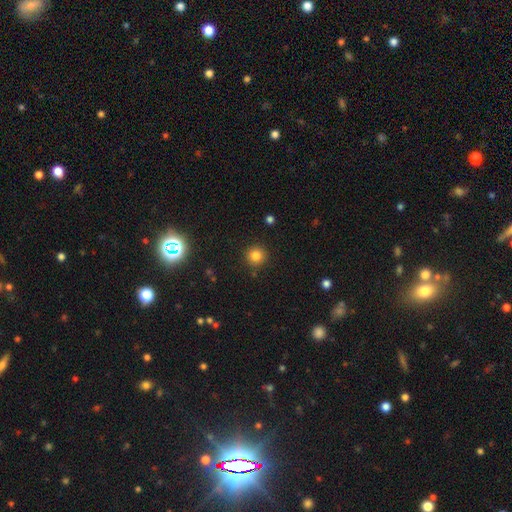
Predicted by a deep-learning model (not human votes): This appears to be a smooth galaxy with no disk features (81%) that is round (94%). Merging: none (90%).